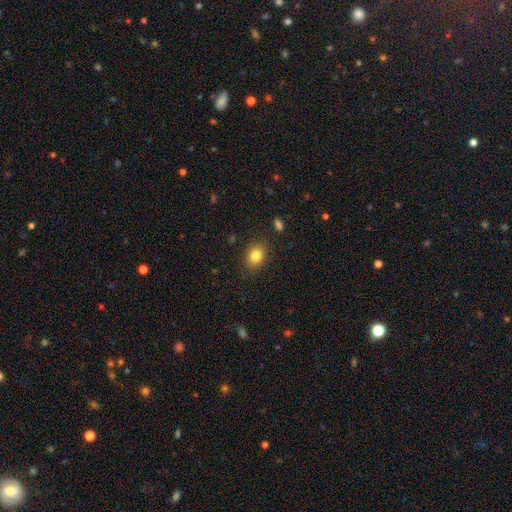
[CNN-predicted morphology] Overall: smooth (83%). How rounded: in between (66%; round 33%). Merging: none (84%).